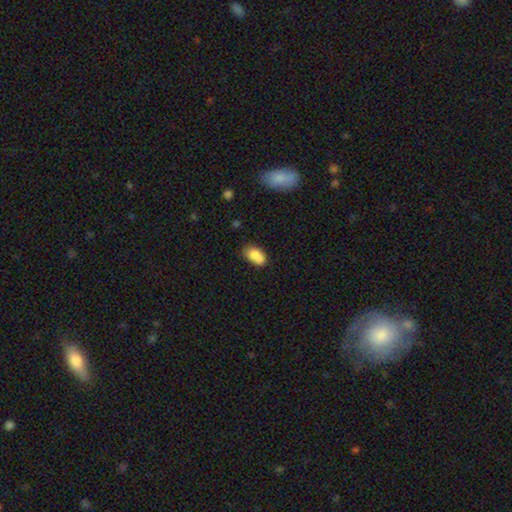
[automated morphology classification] smooth 81%, featured or disk 10%, star or artifact 9%. Down the decision tree: how rounded — in between (88%); merging — none (52%).